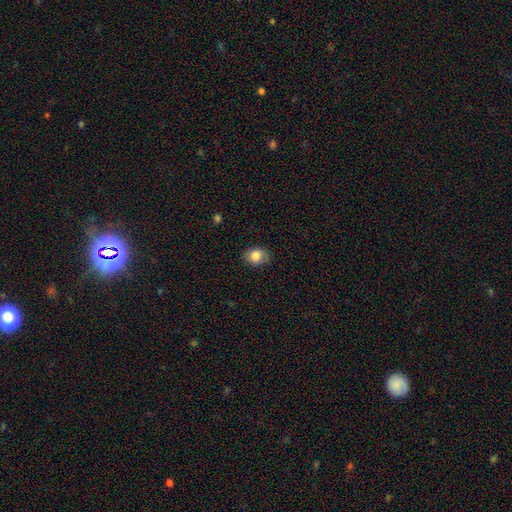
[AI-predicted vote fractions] The model was most divided on "how rounded": in between: 54%, round: 45%, cigar-shaped: 1%. More confident: smooth or featured — smooth (83%); merging — none (80%).